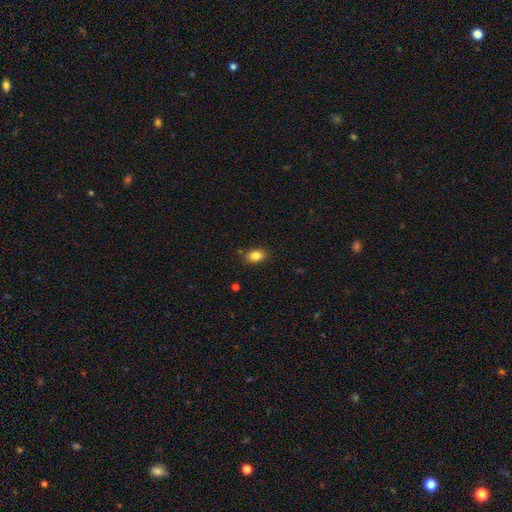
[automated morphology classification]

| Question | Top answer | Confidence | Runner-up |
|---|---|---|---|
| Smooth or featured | smooth | 85% | star or artifact (10%) |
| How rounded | in between | 77% | round (21%) |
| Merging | none | 86% | minor disturbance (10%) |